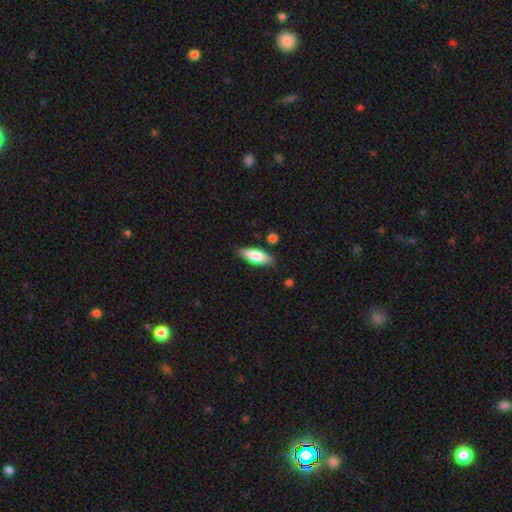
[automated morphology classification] type=smooth (75%); roundness=in between (68%); merging=none (81%).